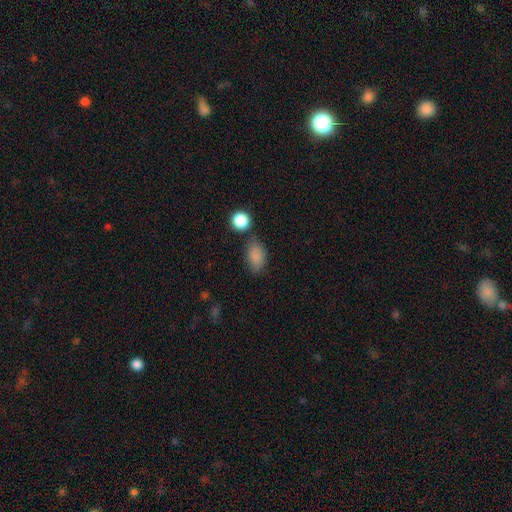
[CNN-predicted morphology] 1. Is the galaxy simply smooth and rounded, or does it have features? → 85% smooth, 9% star or artifact, 6% featured or disk.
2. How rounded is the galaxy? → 88% in between, 10% round, 2% cigar-shaped.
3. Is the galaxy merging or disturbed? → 70% none, 18% minor disturbance, 7% merger, 5% major disturbance.